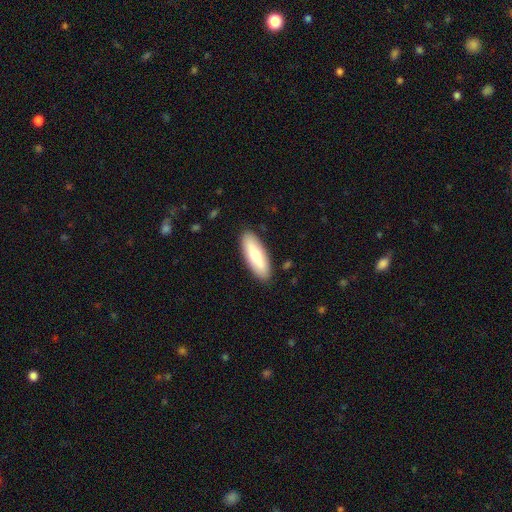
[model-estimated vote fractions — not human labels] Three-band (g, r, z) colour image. It shows a smooth galaxy with no disk features (71%) that is in between round and cigar-shaped (62%). Merging: none (88%).